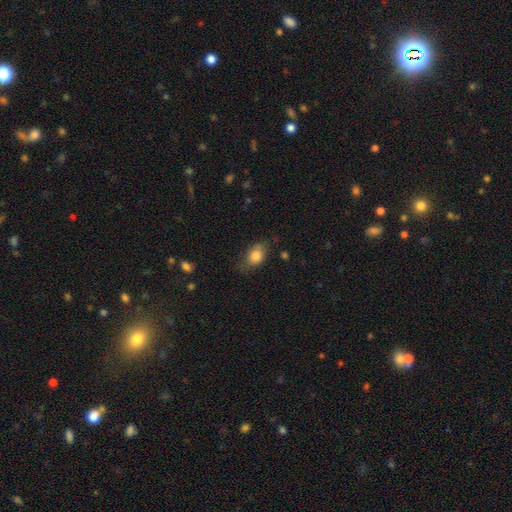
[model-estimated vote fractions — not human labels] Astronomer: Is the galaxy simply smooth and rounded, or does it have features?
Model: smooth — 82%.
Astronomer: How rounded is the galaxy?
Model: in between — 82%.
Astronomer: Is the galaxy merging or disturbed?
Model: none — 67%.